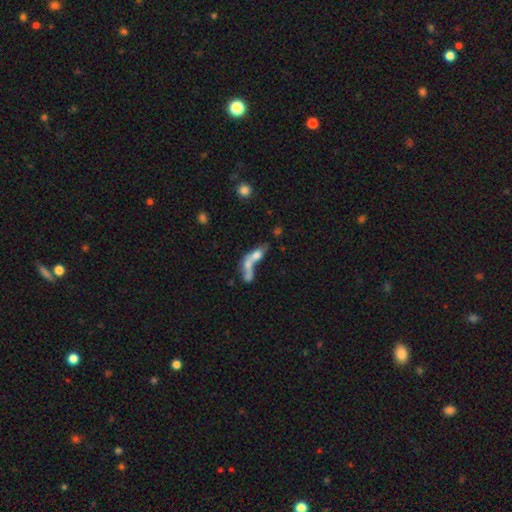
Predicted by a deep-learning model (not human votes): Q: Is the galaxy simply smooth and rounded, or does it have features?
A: smooth — 52%.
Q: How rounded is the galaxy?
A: in between — 56%.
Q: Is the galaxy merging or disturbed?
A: merger — 67%.